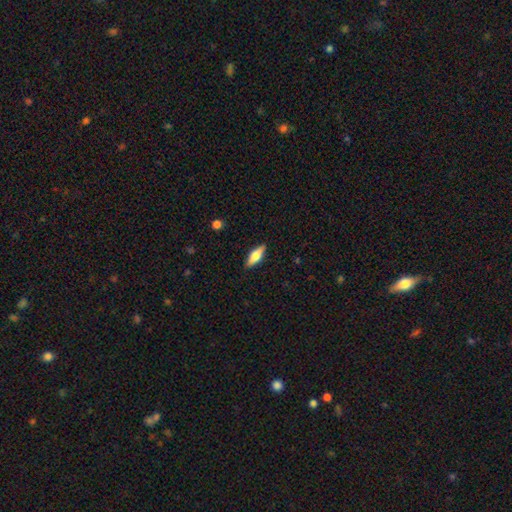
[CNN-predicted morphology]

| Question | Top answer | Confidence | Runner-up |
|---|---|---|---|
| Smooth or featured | smooth | 58% | featured or disk (36%) |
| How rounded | in between | 57% | cigar-shaped (40%) |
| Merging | none | 88% | minor disturbance (9%) |